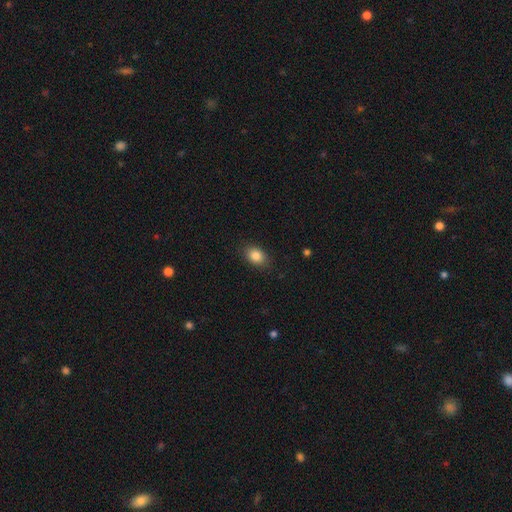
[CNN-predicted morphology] A smooth galaxy with no disk features (85%) that is in between round and cigar-shaped (77%).

Vote fractions:
- Smooth or featured? smooth: 85% / star or artifact: 9% / featured or disk: 6%
- How rounded? in between: 77% / round: 22% / cigar-shaped: 1%
- Merging? none: 86% / minor disturbance: 11% / major disturbance: 3% / merger: 1%